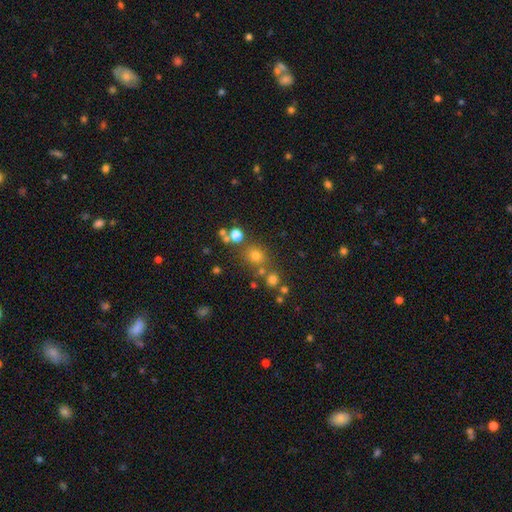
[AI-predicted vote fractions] smooth 63%, star or artifact 28%, featured or disk 9%. Down the decision tree: how rounded — round (87%); merging — none (71%).